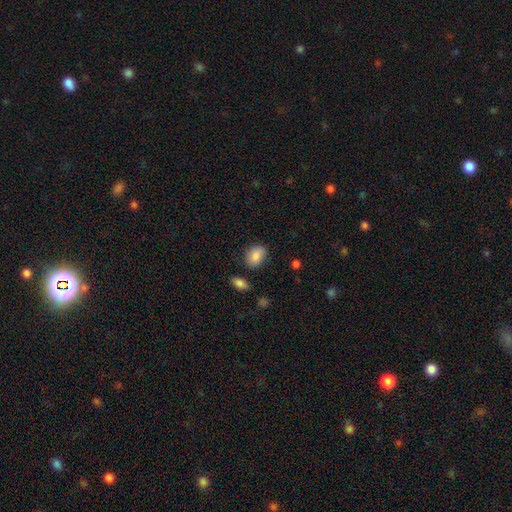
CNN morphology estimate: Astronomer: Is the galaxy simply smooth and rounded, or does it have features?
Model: smooth — 84%.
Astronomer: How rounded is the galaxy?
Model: in between — 69%.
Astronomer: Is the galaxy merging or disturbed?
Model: none — 81%.